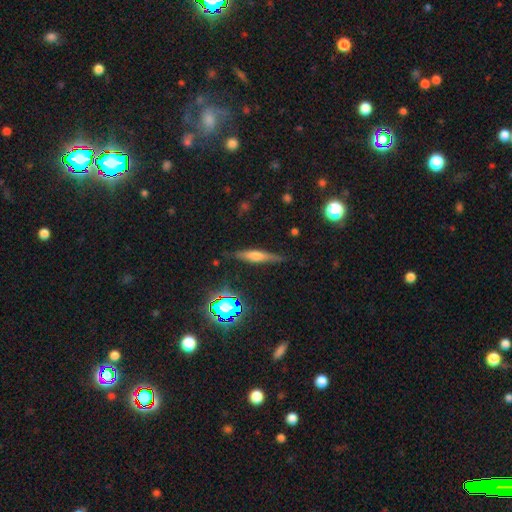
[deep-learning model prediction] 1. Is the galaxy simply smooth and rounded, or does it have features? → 49% featured or disk, 39% smooth, 12% star or artifact.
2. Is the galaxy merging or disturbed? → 81% none, 14% minor disturbance, 3% major disturbance, 2% merger.